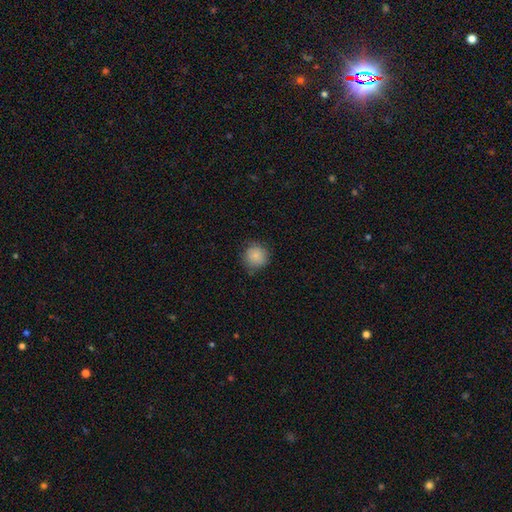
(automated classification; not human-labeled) Overall: smooth (86%). How rounded: round (92%). Merging: none (79%).